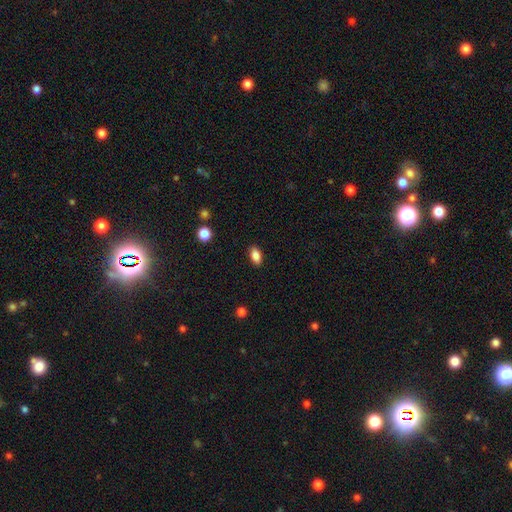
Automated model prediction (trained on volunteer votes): Smooth or featured: smooth — 86% (star or artifact — 9%)
How rounded: in between — 89% (round — 6%)
Merging: none — 89% (minor disturbance — 8%)